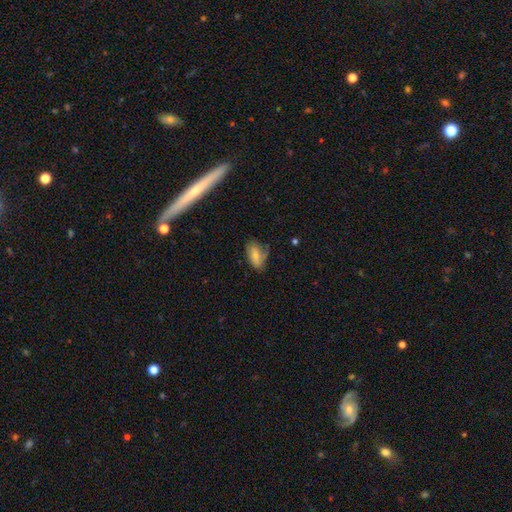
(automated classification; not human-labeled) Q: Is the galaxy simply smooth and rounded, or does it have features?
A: smooth — 67%.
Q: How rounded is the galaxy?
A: in between — 90%.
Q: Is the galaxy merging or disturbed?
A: none — 50%.